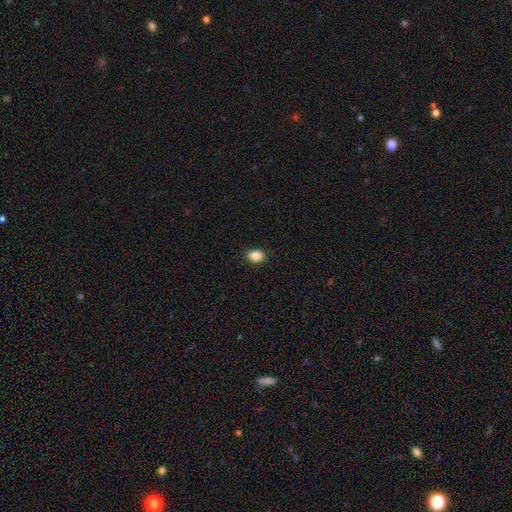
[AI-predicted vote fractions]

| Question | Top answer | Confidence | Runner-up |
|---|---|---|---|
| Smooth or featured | smooth | 85% | star or artifact (10%) |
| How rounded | in between | 58% | round (41%) |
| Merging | none | 91% | minor disturbance (7%) |